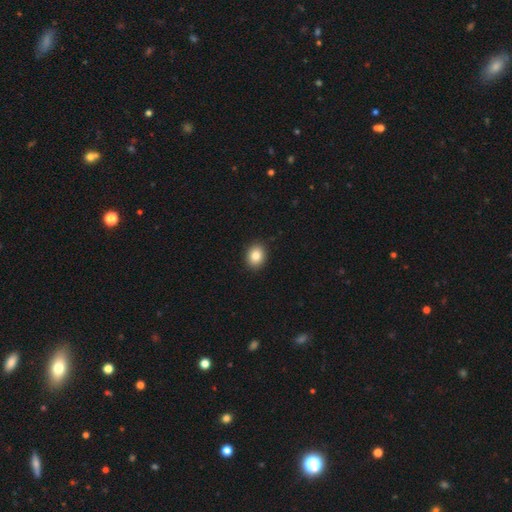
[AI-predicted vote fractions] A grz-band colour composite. It shows a smooth galaxy with no disk features (85%) that is in between round and cigar-shaped (53%). Merging: none (91%).